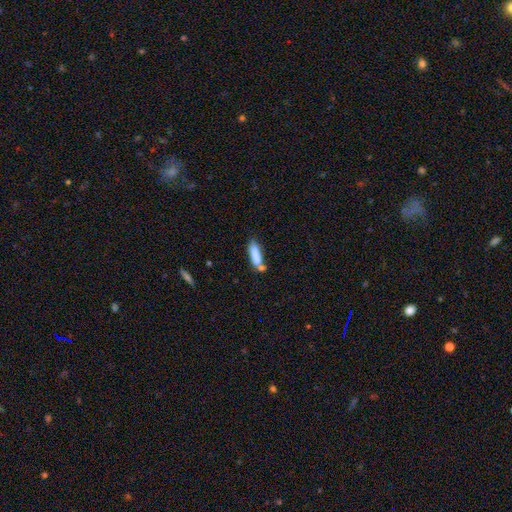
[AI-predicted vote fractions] Overall: smooth (78%). How rounded: cigar-shaped (60%; in between 38%). Merging: none (49%; merger 27%).